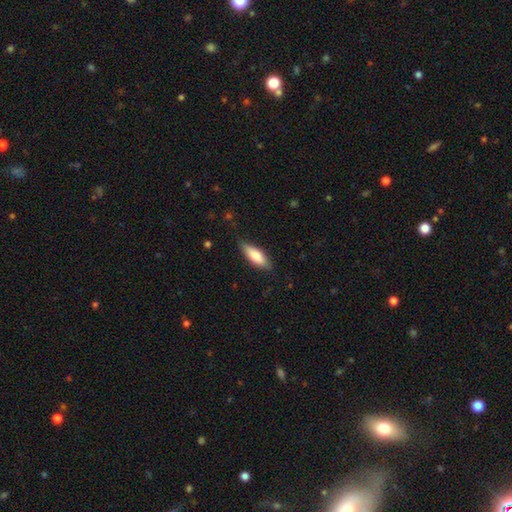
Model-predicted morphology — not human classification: A smooth galaxy with no disk features (81%) that is in between round and cigar-shaped (62%).

Vote fractions:
- Smooth or featured? smooth: 81% / featured or disk: 14% / star or artifact: 6%
- How rounded? in between: 62% / cigar-shaped: 37% / round: 2%
- Merging? none: 79% / minor disturbance: 17% / major disturbance: 3% / merger: 1%